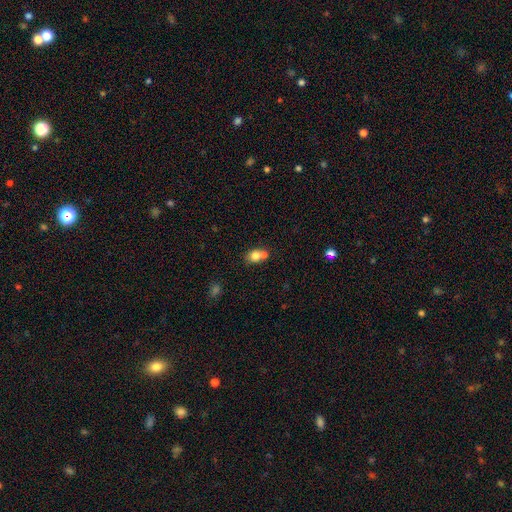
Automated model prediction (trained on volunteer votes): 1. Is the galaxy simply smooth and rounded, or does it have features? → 77% smooth, 13% featured or disk, 10% star or artifact.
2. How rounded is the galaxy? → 51% round, 47% in between, 1% cigar-shaped.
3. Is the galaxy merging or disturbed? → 46% merger, 41% none, 10% minor disturbance, 3% major disturbance.